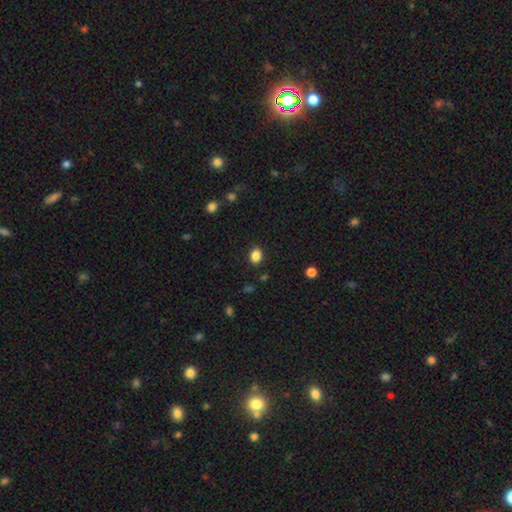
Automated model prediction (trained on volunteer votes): A smooth galaxy with no disk features (86%) that is in between round and cigar-shaped (63%). Merging: none (88%).